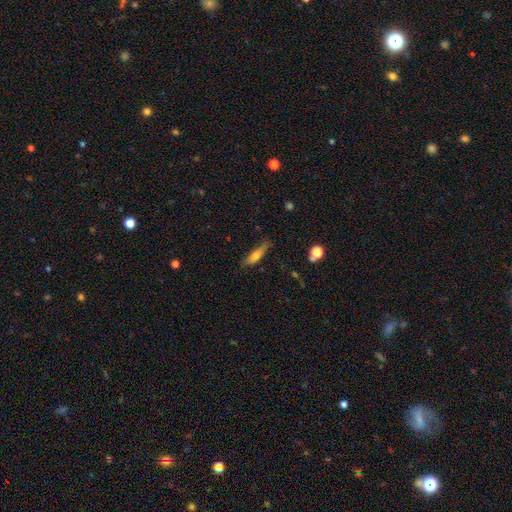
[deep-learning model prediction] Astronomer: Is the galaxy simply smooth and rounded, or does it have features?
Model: smooth — 61%.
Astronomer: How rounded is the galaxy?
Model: cigar-shaped — 67%.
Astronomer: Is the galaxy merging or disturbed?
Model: none — 67%.